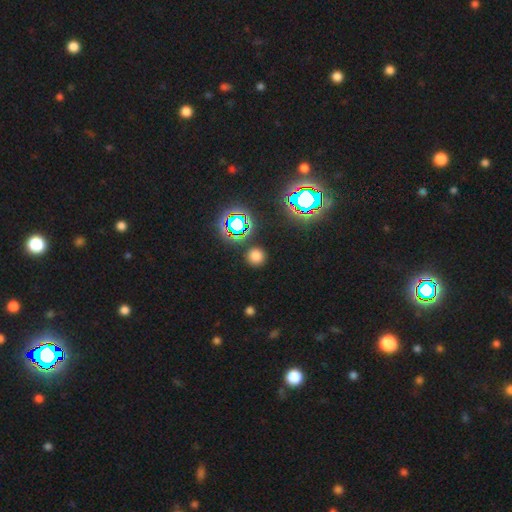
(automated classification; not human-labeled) smooth-or-featured: smooth: 67% | star or artifact: 26% | featured or disk: 6%
  how-rounded: round: 93% | in between: 6% | cigar-shaped: 1%
  merging: none: 89% | minor disturbance: 6% | major disturbance: 2% | merger: 2%